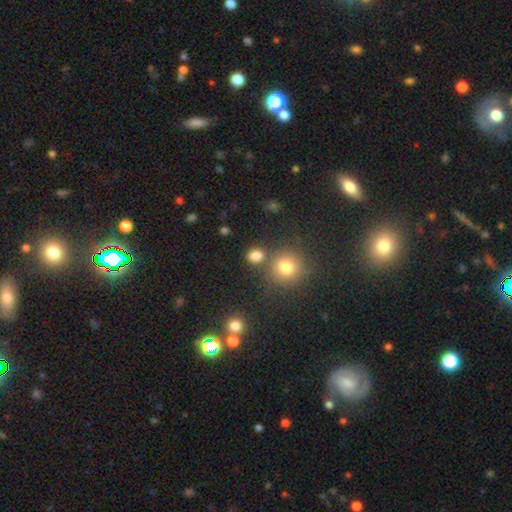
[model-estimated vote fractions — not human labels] Morphology: type=smooth (79%); roundness=round (68%); merging=none (72%).